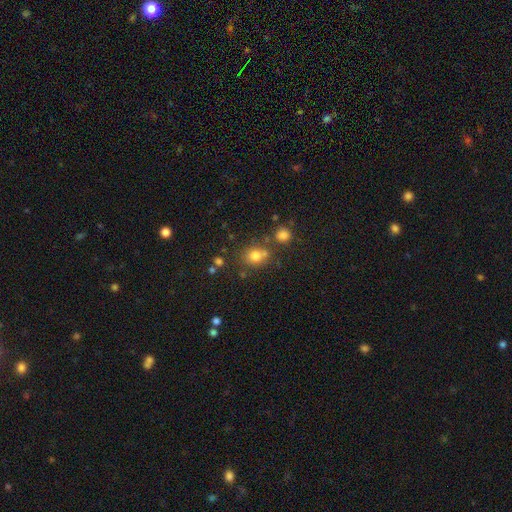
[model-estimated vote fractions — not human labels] A smooth galaxy with no disk features (77%) that is round (70%). Merging: none (63%).